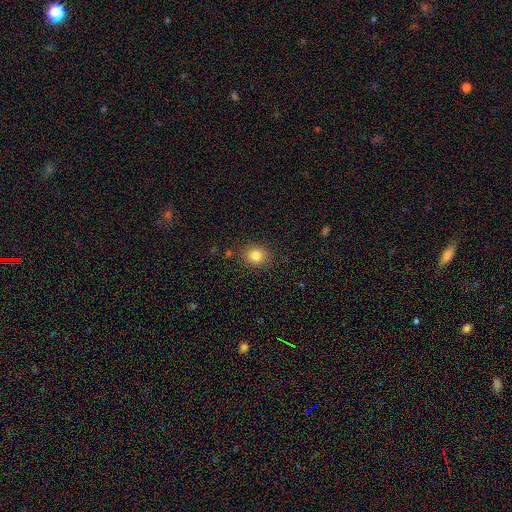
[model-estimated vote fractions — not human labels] smooth-or-featured: smooth: 82% | star or artifact: 11% | featured or disk: 7%
  how-rounded: round: 77% | in between: 22% | cigar-shaped: 1%
  merging: none: 87% | minor disturbance: 8% | major disturbance: 3% | merger: 2%